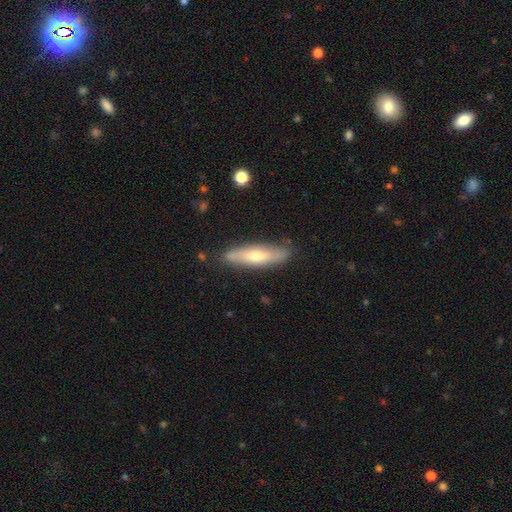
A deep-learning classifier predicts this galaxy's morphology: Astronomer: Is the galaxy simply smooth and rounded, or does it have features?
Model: smooth — 47% (runner-up: featured or disk, 45%).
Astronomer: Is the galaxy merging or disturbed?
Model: none — 81%.